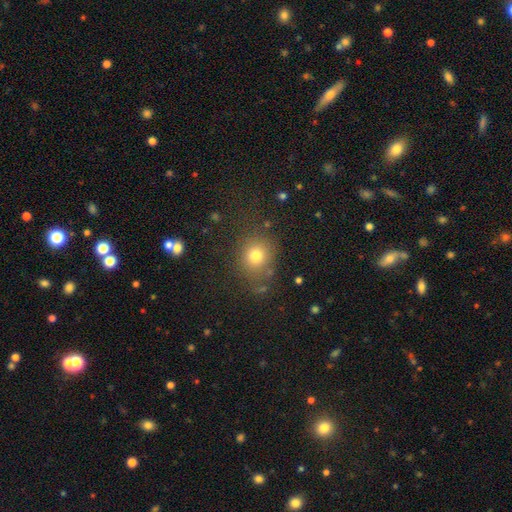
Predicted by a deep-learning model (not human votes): smooth-or-featured: smooth: 76% | star or artifact: 15% | featured or disk: 8%
  how-rounded: round: 77% | in between: 22% | cigar-shaped: 1%
  merging: none: 77% | minor disturbance: 13% | major disturbance: 6% | merger: 4%